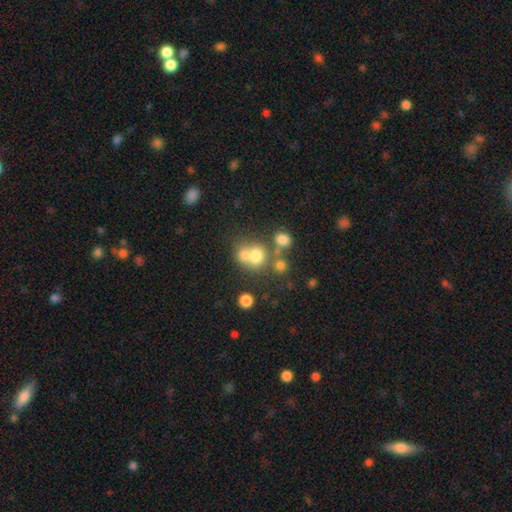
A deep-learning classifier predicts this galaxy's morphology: smooth_or_featured: smooth (p=0.67) [alt: featured or disk p=0.18]
how_rounded: round (p=0.77) [alt: in between p=0.22]
merging: merger (p=0.48) [alt: none p=0.39]